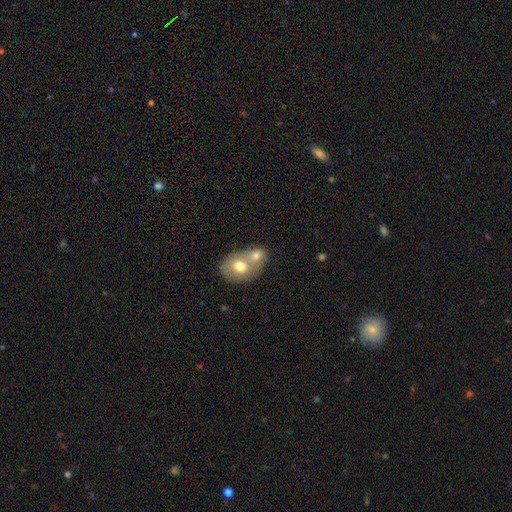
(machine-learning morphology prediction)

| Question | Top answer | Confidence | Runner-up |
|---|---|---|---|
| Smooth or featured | smooth | 70% | featured or disk (22%) |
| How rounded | in between | 53% | round (46%) |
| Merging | merger | 71% | none (20%) |